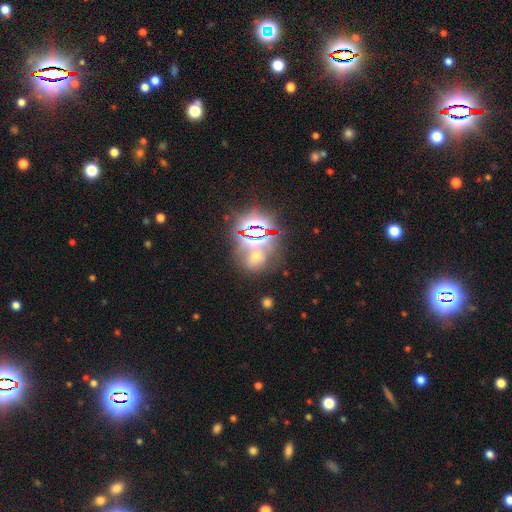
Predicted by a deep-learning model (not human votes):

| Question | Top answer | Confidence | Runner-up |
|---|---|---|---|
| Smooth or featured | star or artifact | 61% | smooth (27%) |